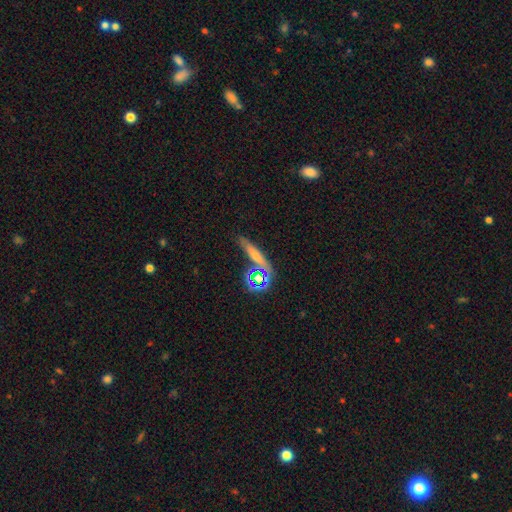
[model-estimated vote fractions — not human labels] Smooth or featured? smooth (57%)
How rounded? cigar-shaped (77%)
Merging? none (74%)